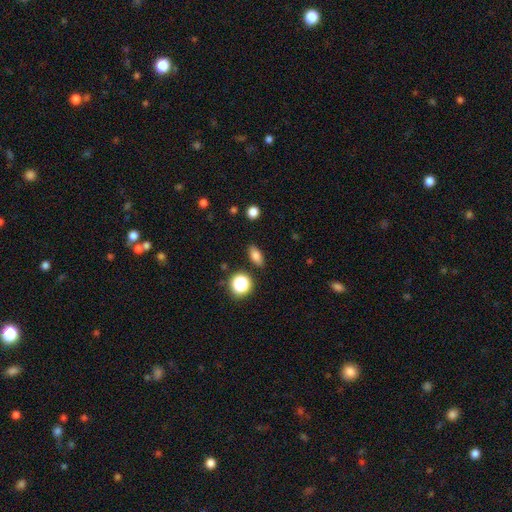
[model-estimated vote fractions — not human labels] Smooth or featured? smooth (79%)
How rounded? in between (78%)
Merging? none (87%)